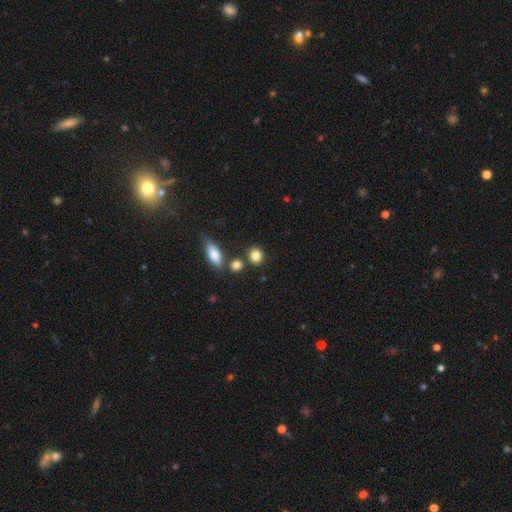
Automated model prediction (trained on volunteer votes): Smooth or featured?
  - smooth: 84% *
  - star or artifact: 10%
  - featured or disk: 7%
How rounded?
  - round: 76% *
  - in between: 22%
  - cigar-shaped: 2%
Merging?
  - none: 77% *
  - merger: 10%
  - minor disturbance: 9%
  - major disturbance: 3%